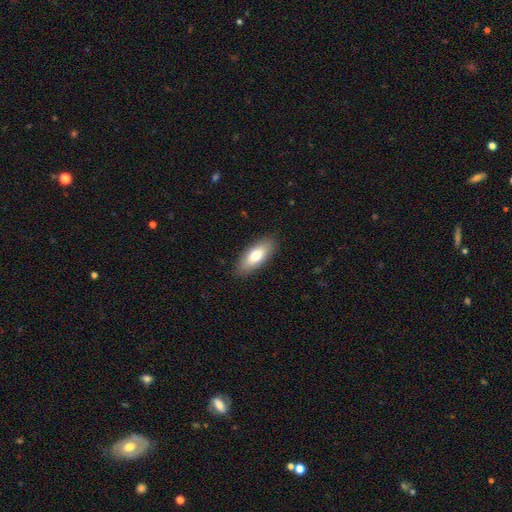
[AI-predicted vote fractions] Smooth or featured? smooth (73%)
How rounded? in between (78%)
Merging? none (88%)